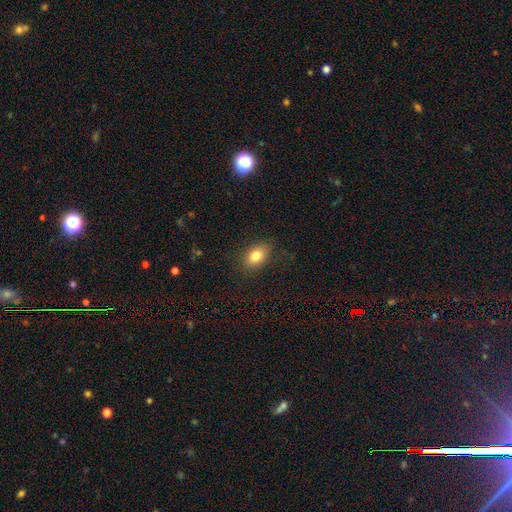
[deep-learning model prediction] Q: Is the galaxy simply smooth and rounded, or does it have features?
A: smooth — 81%.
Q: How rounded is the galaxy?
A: in between — 84%.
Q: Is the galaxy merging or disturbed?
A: none — 82%.